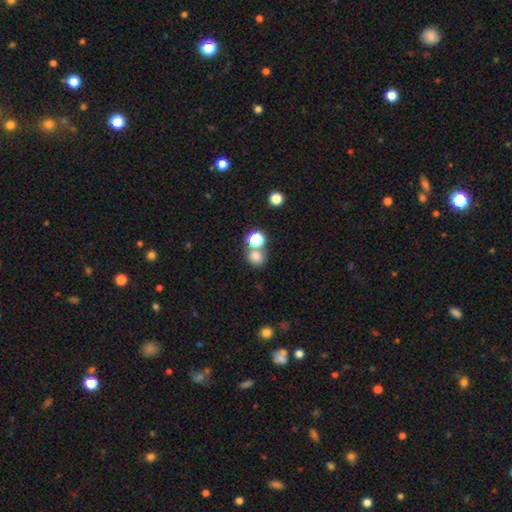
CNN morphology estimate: Smooth or featured: smooth — 76% (star or artifact — 16%)
How rounded: round — 77% (in between — 22%)
Merging: none — 55% (merger — 33%)